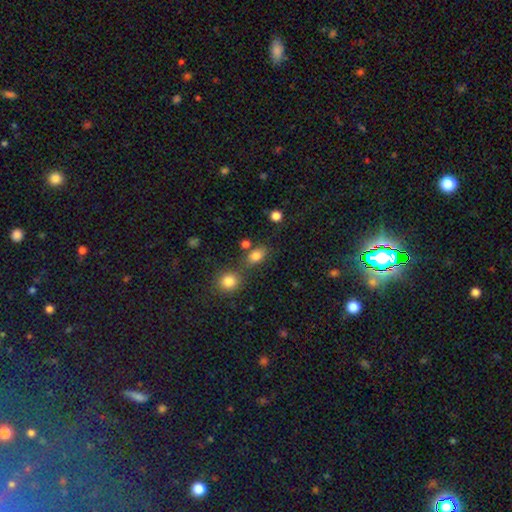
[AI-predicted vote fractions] smooth-or-featured: smooth: 81% | star or artifact: 12% | featured or disk: 7%
  how-rounded: in between: 76% | round: 21% | cigar-shaped: 3%
  merging: none: 63% | merger: 18% | minor disturbance: 14% | major disturbance: 5%